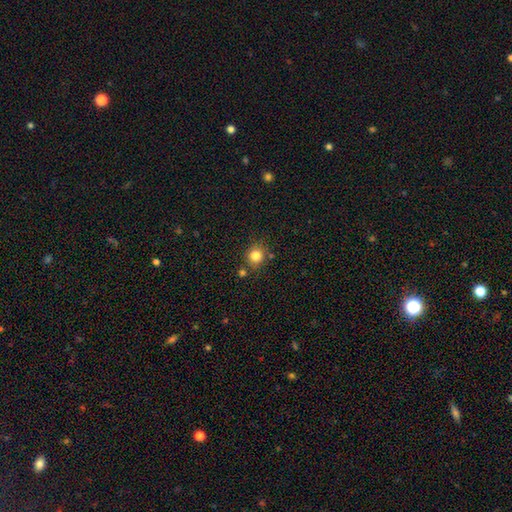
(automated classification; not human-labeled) smooth-or-featured: smooth: 82% | star or artifact: 12% | featured or disk: 6%
  how-rounded: round: 83% | in between: 16% | cigar-shaped: 1%
  merging: none: 78% | minor disturbance: 11% | merger: 8% | major disturbance: 3%